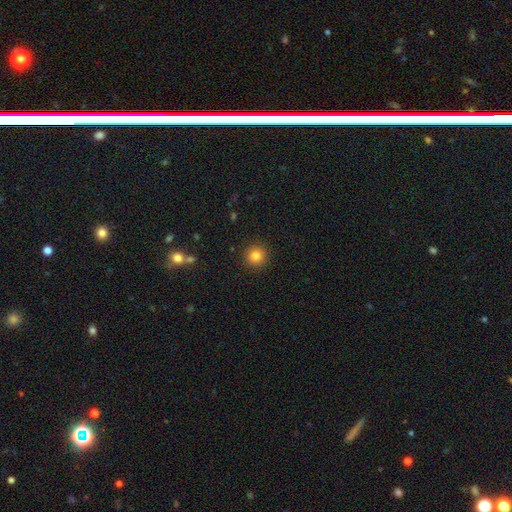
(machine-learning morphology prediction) Overall: smooth (83%). How rounded: round (94%). Merging: none (92%).